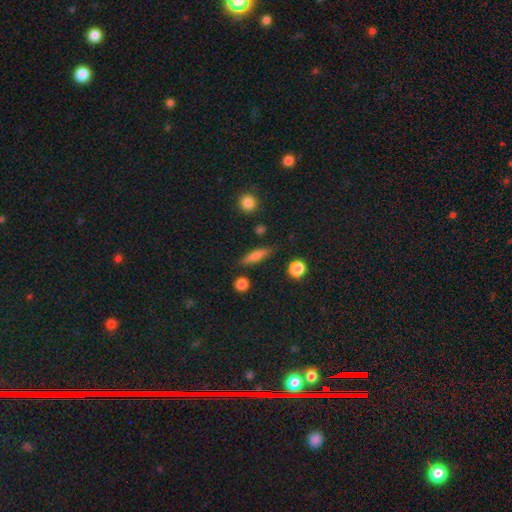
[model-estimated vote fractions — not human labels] Morphology: type=smooth (72%); roundness=cigar-shaped (64%); merging=none (84%).